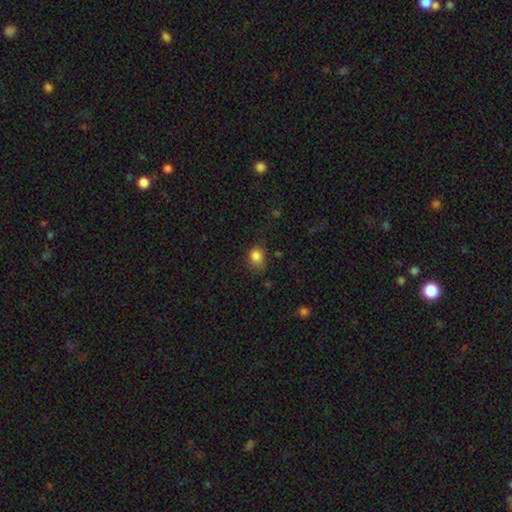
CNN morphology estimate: Overall: smooth (83%). How rounded: round (56%; in between 43%). Merging: none (59%; minor disturbance 29%).